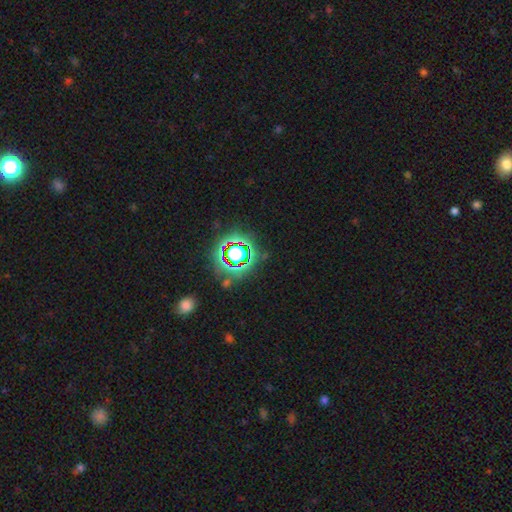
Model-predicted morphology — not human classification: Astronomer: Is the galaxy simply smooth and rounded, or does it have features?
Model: star or artifact — 78%.